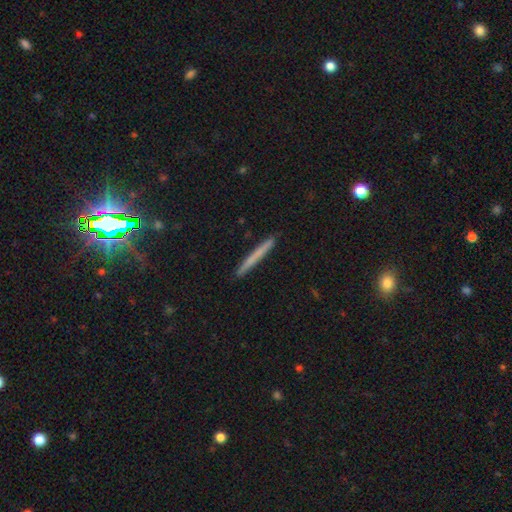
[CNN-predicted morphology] Smooth or featured? Predicted: smooth (p=0.63). How rounded? Predicted: cigar-shaped (p=0.97). Merging? Predicted: none (p=0.92).